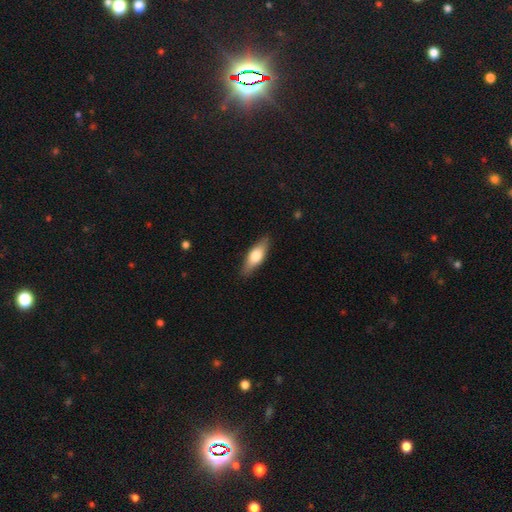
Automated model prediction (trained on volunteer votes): This is likely a smooth galaxy (63%). How rounded: possibly in between (58%). Merging: clearly none (86%).